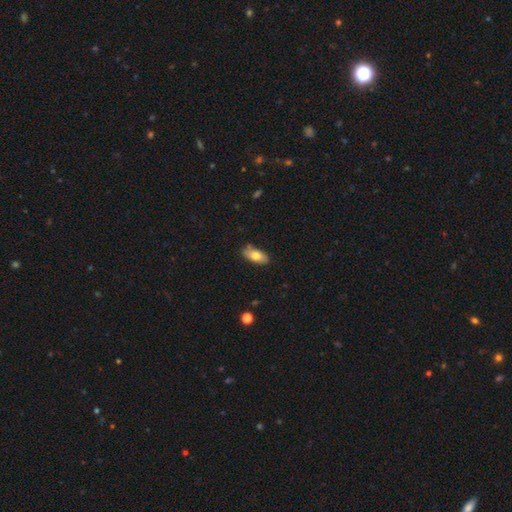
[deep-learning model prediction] Morphology: type=smooth (74%); roundness=in between (89%); merging=none (80%).